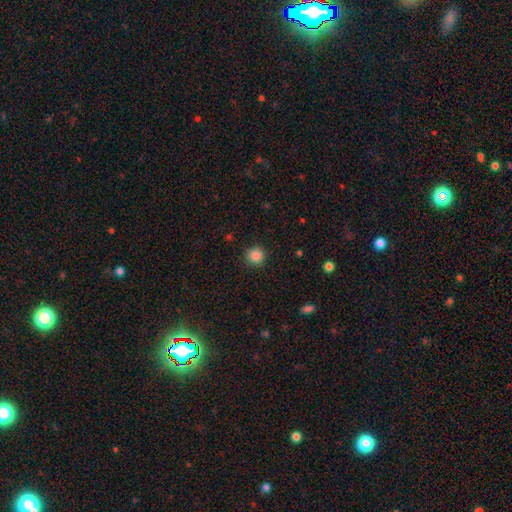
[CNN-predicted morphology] Smooth or featured?
  - smooth: 86% *
  - star or artifact: 10%
  - featured or disk: 3%
How rounded?
  - round: 95% *
  - in between: 4%
  - cigar-shaped: 1%
Merging?
  - none: 92% *
  - minor disturbance: 5%
  - major disturbance: 2%
  - merger: 1%